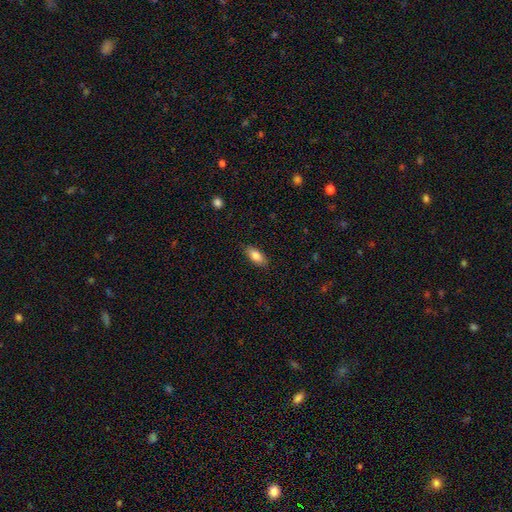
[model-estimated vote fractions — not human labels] Smooth or featured?
  - smooth: 83% *
  - featured or disk: 10%
  - star or artifact: 7%
How rounded?
  - in between: 87% *
  - cigar-shaped: 10%
  - round: 3%
Merging?
  - none: 87% *
  - minor disturbance: 10%
  - major disturbance: 2%
  - merger: 1%